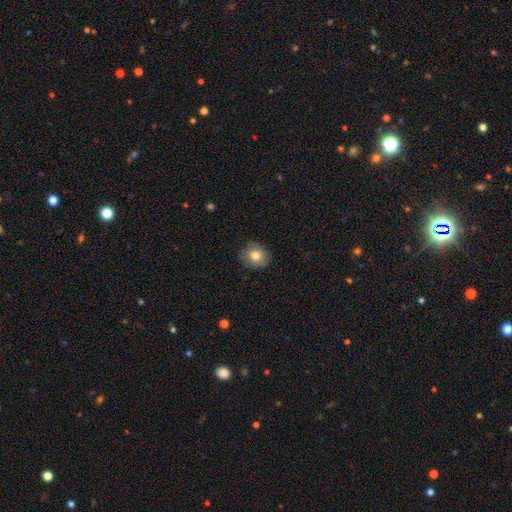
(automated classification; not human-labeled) Smooth or featured? Predicted: smooth (p=0.78). How rounded? Predicted: round (p=0.73). Merging? Predicted: none (p=0.83).